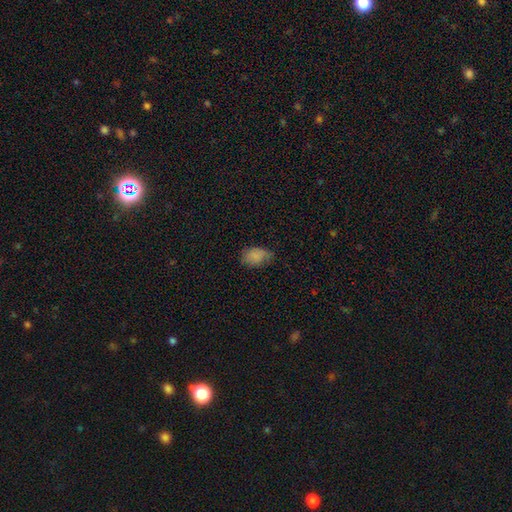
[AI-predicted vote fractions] This appears to be a smooth galaxy with no disk features (80%) that is in between round and cigar-shaped (81%). Merging: none (55%).